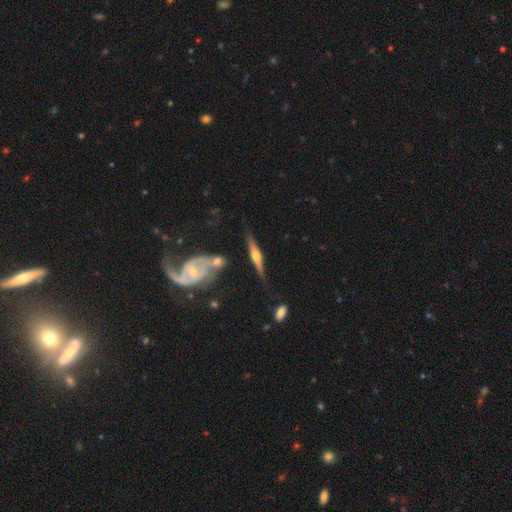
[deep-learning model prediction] A featured or disk galaxy (81%) viewed edge-on (95%) with a rounded central bulge (92%). Merging: none (73%).